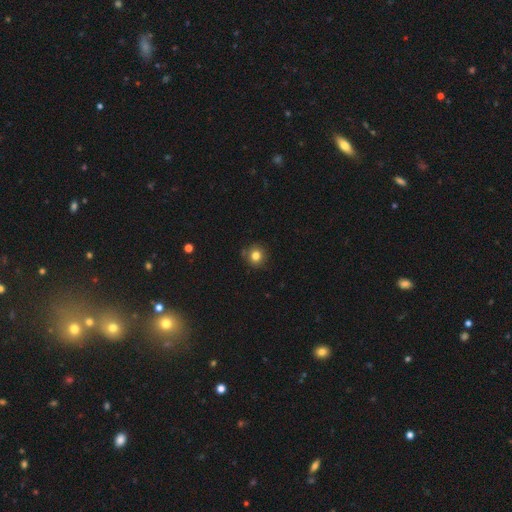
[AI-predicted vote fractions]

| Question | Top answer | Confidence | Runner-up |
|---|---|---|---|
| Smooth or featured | smooth | 81% | star or artifact (12%) |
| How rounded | round | 90% | in between (9%) |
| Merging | none | 83% | minor disturbance (12%) |